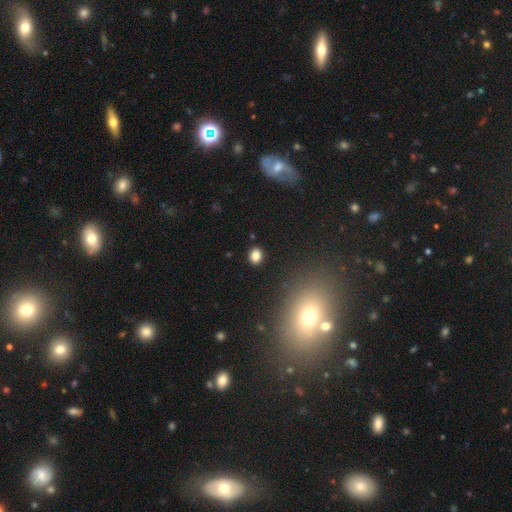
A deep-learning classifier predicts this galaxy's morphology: type=smooth (82%); roundness=round (54%); merging=none (89%).